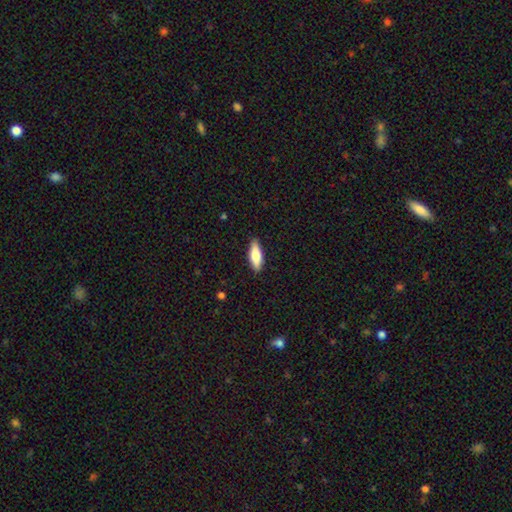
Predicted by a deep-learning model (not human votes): The model was most divided on "how rounded": in between: 56%, cigar-shaped: 42%, round: 2%. More confident: merging — none (88%); smooth or featured — smooth (71%).